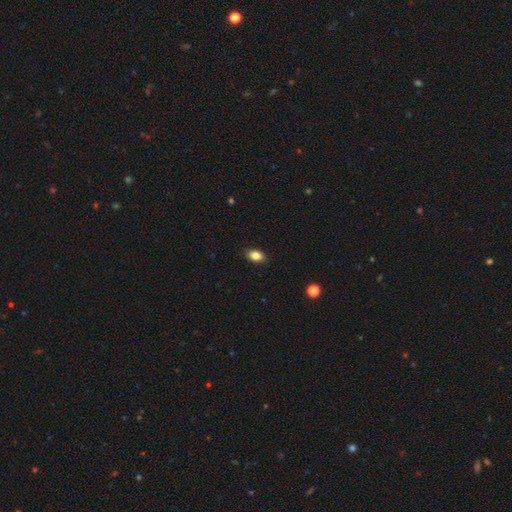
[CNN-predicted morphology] type=smooth (84%); roundness=in between (85%); merging=none (88%).